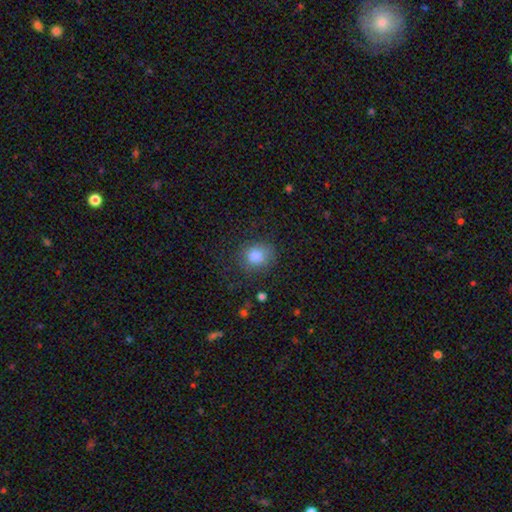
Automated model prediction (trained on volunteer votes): Morphology: type=smooth (83%); roundness=round (72%); merging=none (72%).